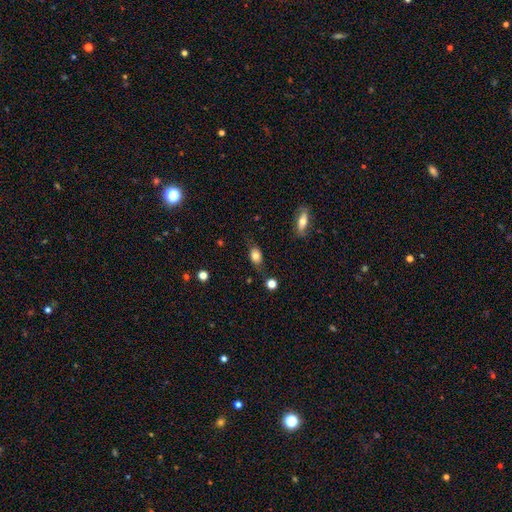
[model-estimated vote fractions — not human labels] smooth-or-featured: smooth: 76% | featured or disk: 15% | star or artifact: 9%
  how-rounded: in between: 78% | round: 18% | cigar-shaped: 4%
  merging: none: 71% | minor disturbance: 20% | major disturbance: 6% | merger: 2%